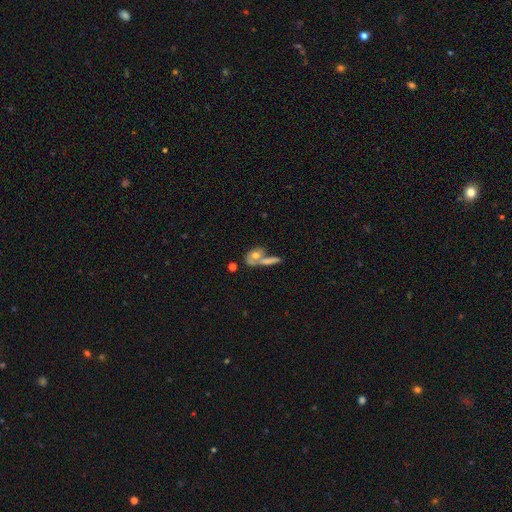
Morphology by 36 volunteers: smooth_or_featured: smooth (p=0.53) [alt: featured or disk p=0.44]
how_rounded: in between (p=0.95) [alt: round p=0.05]
merging: merger (p=0.57) [alt: minor disturbance p=0.23]